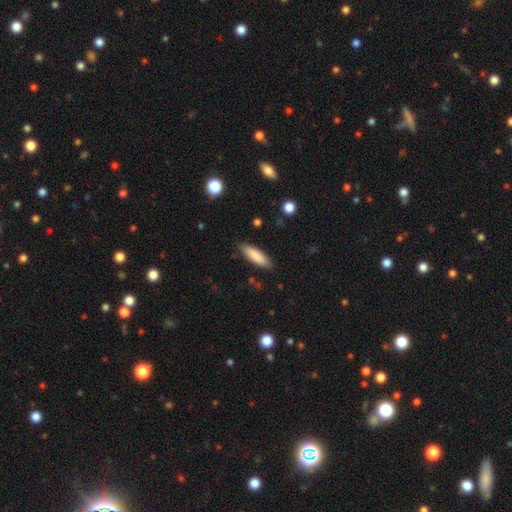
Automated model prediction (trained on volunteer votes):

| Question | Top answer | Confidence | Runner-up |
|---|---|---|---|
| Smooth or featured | smooth | 86% | featured or disk (8%) |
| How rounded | cigar-shaped | 54% | in between (45%) |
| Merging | none | 85% | minor disturbance (11%) |